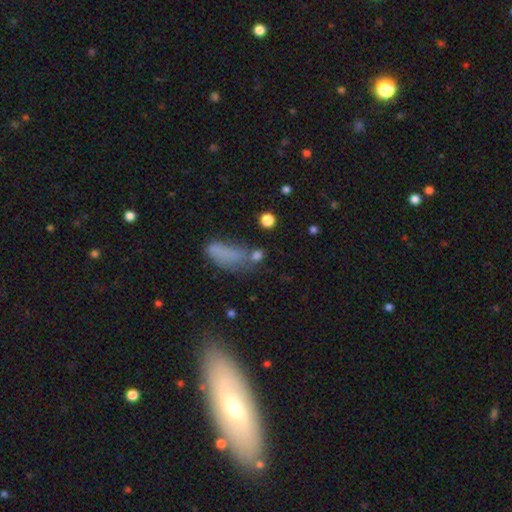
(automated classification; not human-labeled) Smooth or featured: smooth — 69% (star or artifact — 20%)
How rounded: in between — 59% (cigar-shaped — 21%)
Merging: none — 45% (minor disturbance — 20%)